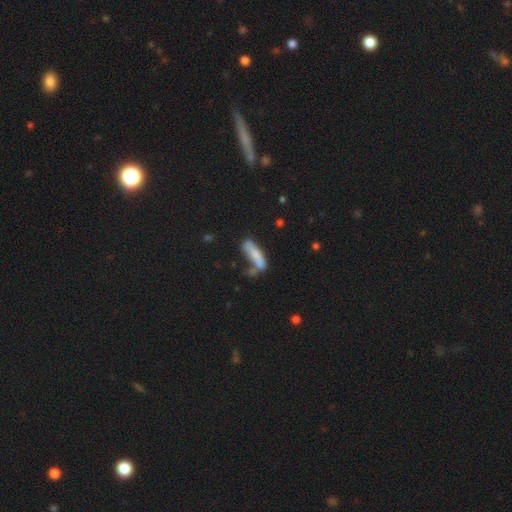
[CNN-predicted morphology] The model was most divided on "merging": none: 37%, minor disturbance: 23%, merger: 22%, major disturbance: 17%. More confident: smooth or featured — smooth (71%); how rounded — cigar-shaped (64%).